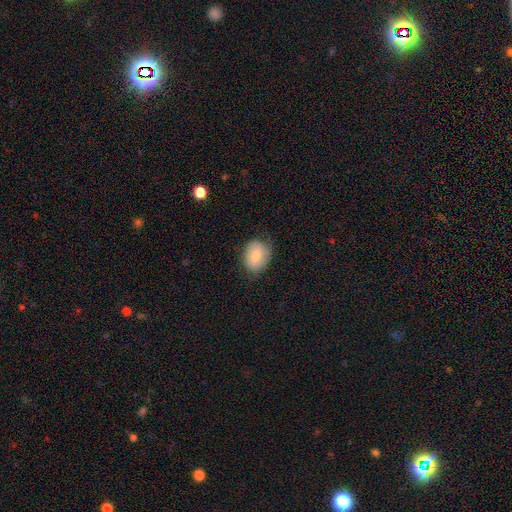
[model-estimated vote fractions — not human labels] Morphology: type=smooth (71%); roundness=in between (59%); merging=none (71%).